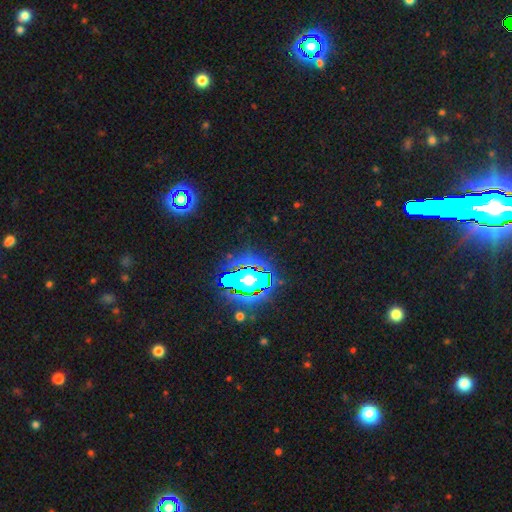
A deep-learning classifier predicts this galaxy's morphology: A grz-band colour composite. It shows a star or artifact, not a galaxy (83%).